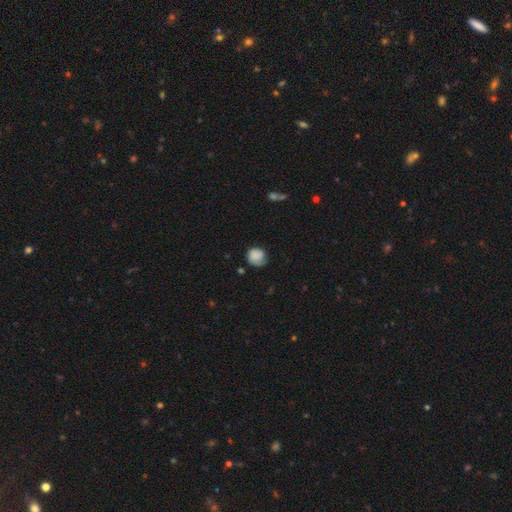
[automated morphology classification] Smooth or featured? smooth (76%)
How rounded? round (83%)
Merging? none (60%)